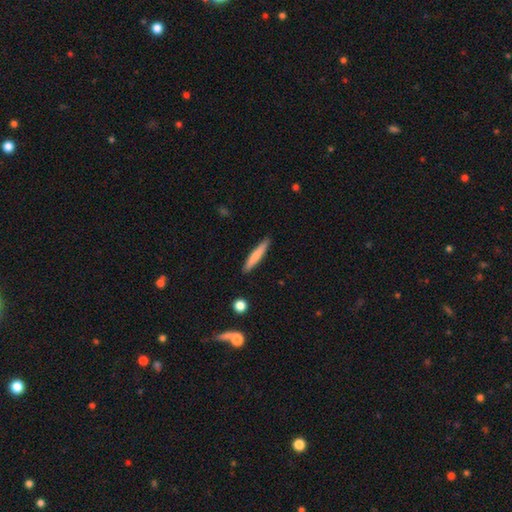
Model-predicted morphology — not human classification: type=smooth (72%); roundness=cigar-shaped (94%); merging=none (89%).